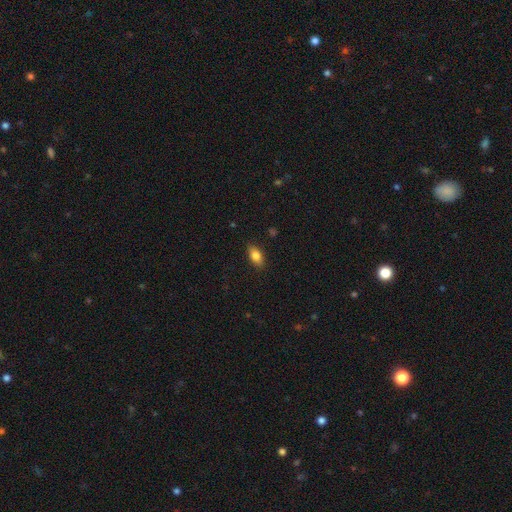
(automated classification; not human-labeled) smooth-or-featured: smooth: 83% | featured or disk: 9% | star or artifact: 8%
  how-rounded: in between: 88% | cigar-shaped: 6% | round: 6%
  merging: none: 87% | minor disturbance: 10% | major disturbance: 2% | merger: 1%